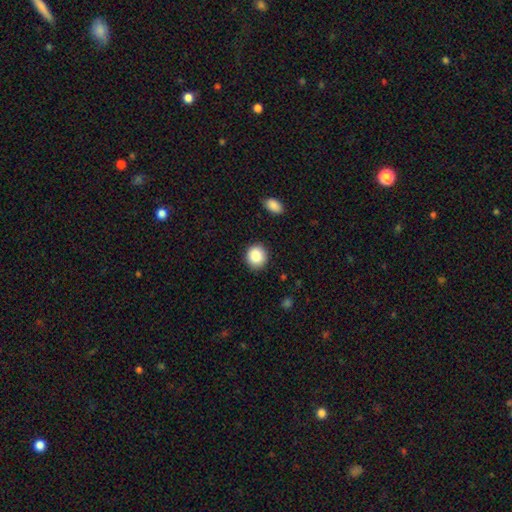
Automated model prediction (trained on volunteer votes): Q: Smooth or featured?
A: smooth (87%); runner-up: star or artifact (8%)
Q: How rounded?
A: round (82%); runner-up: in between (17%)
Q: Merging?
A: none (89%); runner-up: minor disturbance (8%)